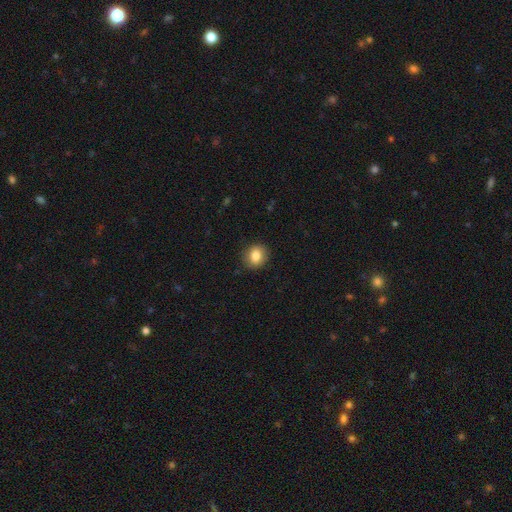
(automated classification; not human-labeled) The model was most divided on "how rounded": round: 72%, in between: 27%, cigar-shaped: 1%. More confident: merging — none (88%); smooth or featured — smooth (84%).